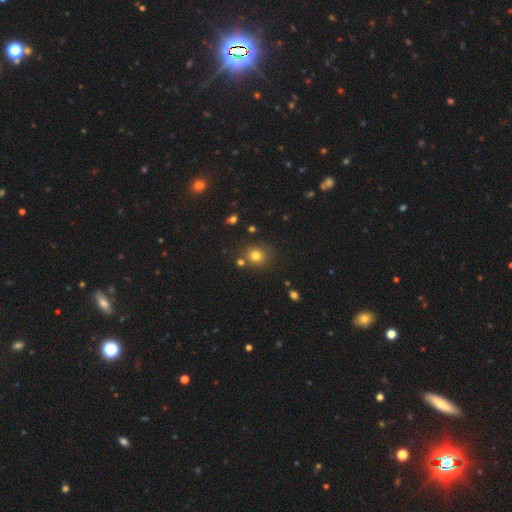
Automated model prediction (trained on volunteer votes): Smooth or featured? Predicted: smooth (p=0.77). How rounded? Predicted: round (p=0.84). Merging? Predicted: none (p=0.77).